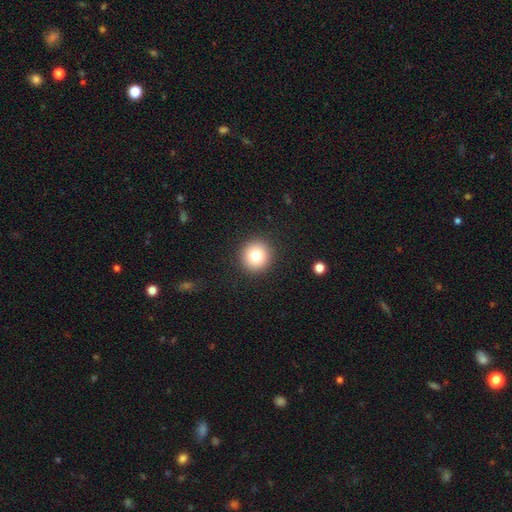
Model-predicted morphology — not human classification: Smooth or featured? Predicted: smooth (p=0.79). How rounded? Predicted: round (p=0.94). Merging? Predicted: none (p=0.92).